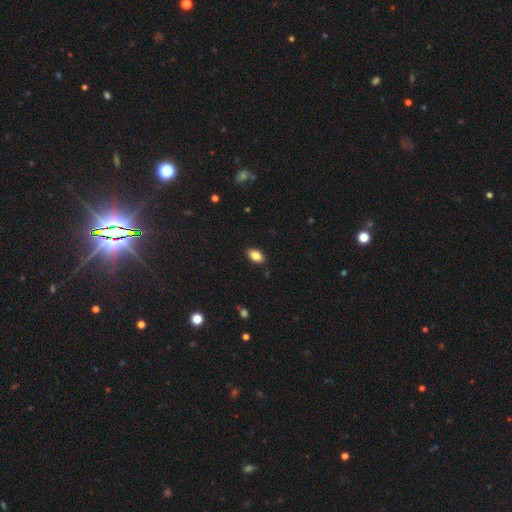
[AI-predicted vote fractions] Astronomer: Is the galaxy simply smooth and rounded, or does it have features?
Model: smooth — 86%.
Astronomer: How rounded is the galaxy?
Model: in between — 91%.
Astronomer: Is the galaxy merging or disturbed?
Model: none — 88%.